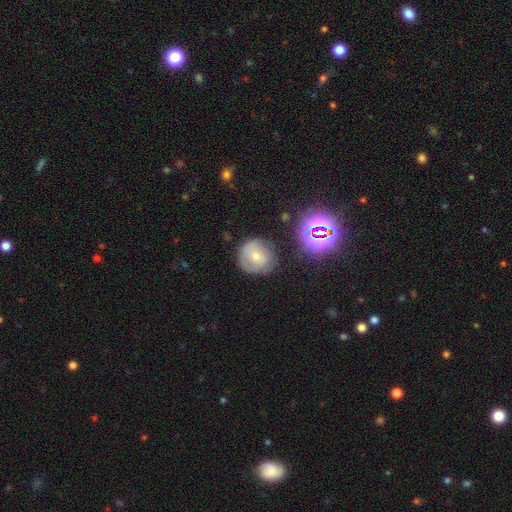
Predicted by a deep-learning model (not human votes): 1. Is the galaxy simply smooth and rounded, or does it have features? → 58% smooth, 30% featured or disk, 13% star or artifact.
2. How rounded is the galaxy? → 90% round, 9% in between, 1% cigar-shaped.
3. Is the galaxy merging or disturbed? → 71% none, 19% minor disturbance, 6% major disturbance, 4% merger.